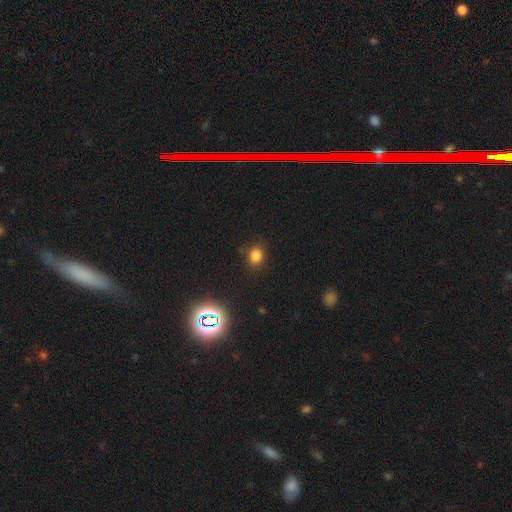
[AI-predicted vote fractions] smooth_or_featured: smooth (p=0.77) [alt: star or artifact p=0.18]
how_rounded: round (p=0.74) [alt: in between p=0.25]
merging: none (p=0.84) [alt: minor disturbance p=0.11]